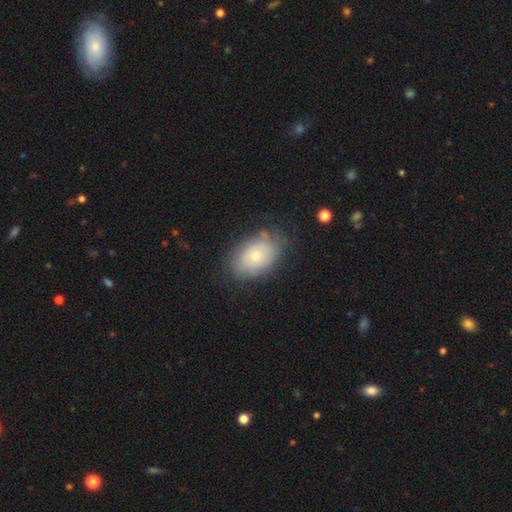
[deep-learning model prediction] A smooth galaxy with no disk features (57%) that is in between round and cigar-shaped (85%).

Vote fractions:
- Smooth or featured? smooth: 57% / featured or disk: 35% / star or artifact: 8%
- How rounded? in between: 85% / round: 14% / cigar-shaped: 1%
- Merging? none: 70% / minor disturbance: 21% / major disturbance: 6% / merger: 2%